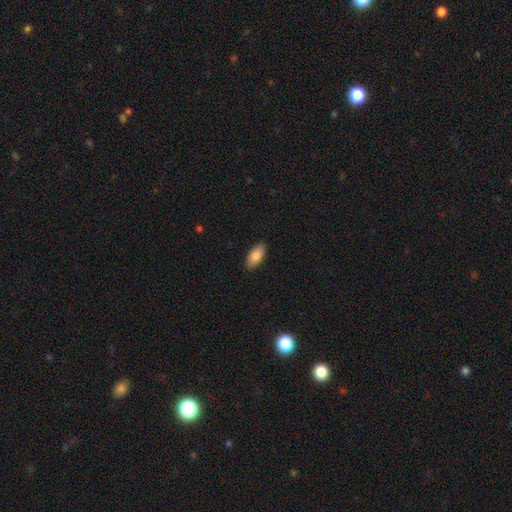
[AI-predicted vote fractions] A smooth galaxy with no disk features (82%) that is in between round and cigar-shaped (91%).

Vote fractions:
- Smooth or featured? smooth: 82% / featured or disk: 12% / star or artifact: 6%
- How rounded? in between: 91% / cigar-shaped: 7% / round: 3%
- Merging? none: 88% / minor disturbance: 9% / major disturbance: 2% / merger: 1%